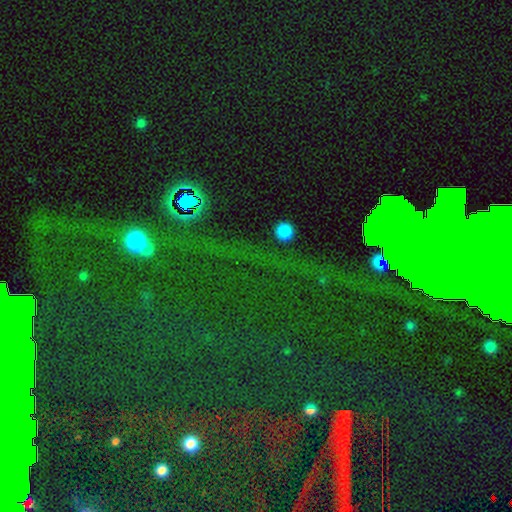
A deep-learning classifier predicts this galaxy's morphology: A star or artifact, not a galaxy (74%).

Vote fractions:
- Smooth or featured? star or artifact: 74% / featured or disk: 13% / smooth: 13%